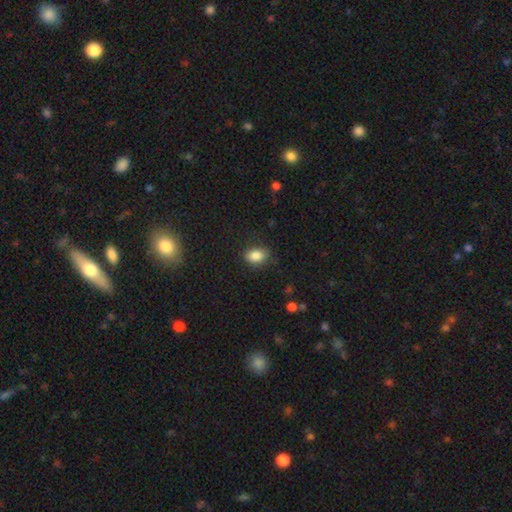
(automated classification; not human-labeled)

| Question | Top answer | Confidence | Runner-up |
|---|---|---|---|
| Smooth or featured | smooth | 86% | star or artifact (9%) |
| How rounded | in between | 80% | round (19%) |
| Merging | none | 79% | minor disturbance (15%) |